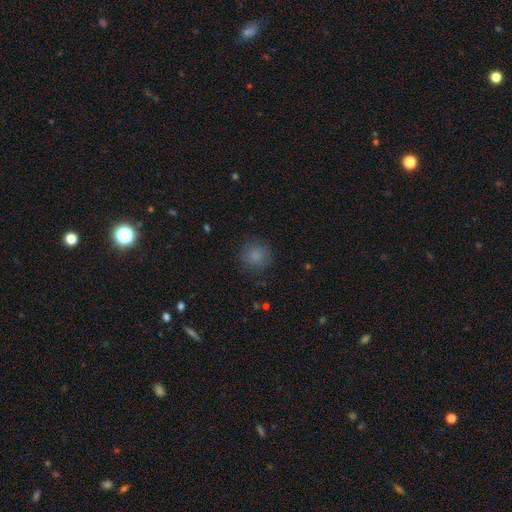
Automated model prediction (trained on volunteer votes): smooth-or-featured: smooth: 84% | star or artifact: 11% | featured or disk: 6%
  how-rounded: round: 92% | in between: 7% | cigar-shaped: 1%
  merging: none: 84% | minor disturbance: 11% | major disturbance: 4% | merger: 1%